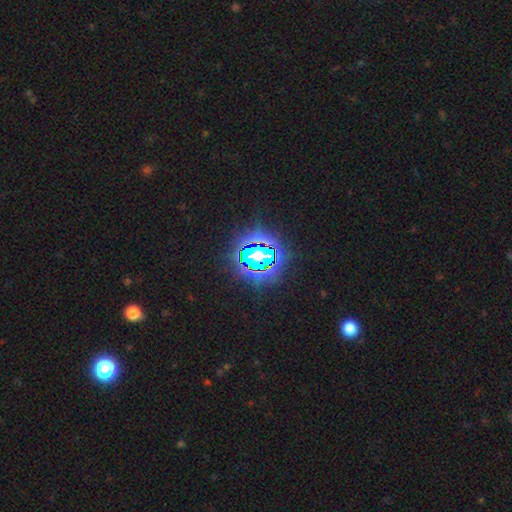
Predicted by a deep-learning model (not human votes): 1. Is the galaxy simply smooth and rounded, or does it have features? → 80% star or artifact, 12% smooth, 8% featured or disk.